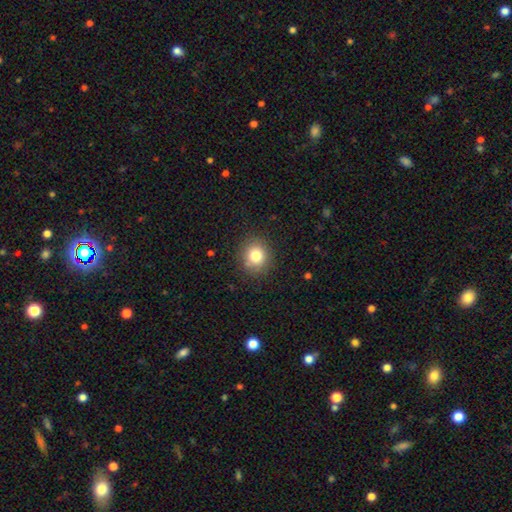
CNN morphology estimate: Overall: smooth (79%). How rounded: round (82%). Merging: none (87%).